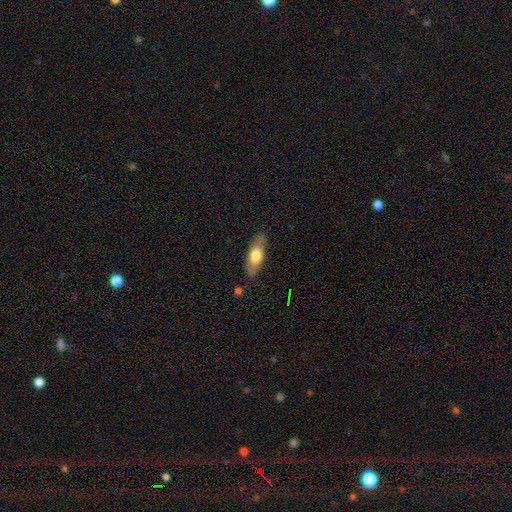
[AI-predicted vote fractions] Smooth or featured? Predicted: smooth (p=0.63). How rounded? Predicted: in between (p=0.64). Merging? Predicted: none (p=0.84).